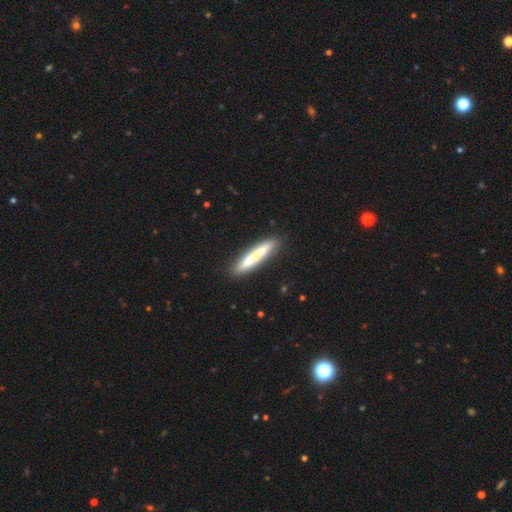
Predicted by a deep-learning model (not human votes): This appears to be a smooth galaxy with no disk features (66%) that is cigar-shaped (93%). Merging: none (86%).